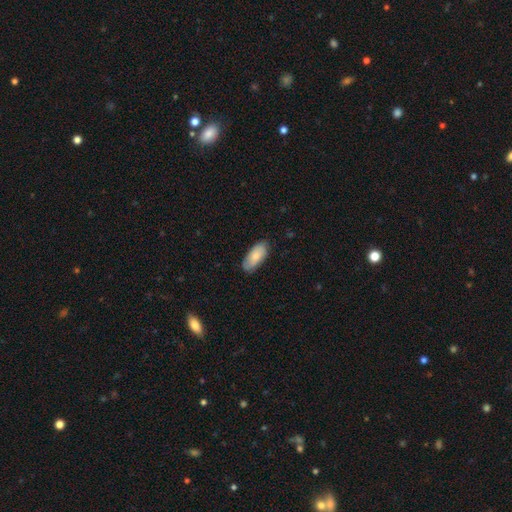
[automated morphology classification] smooth_or_featured: smooth (p=0.77) [alt: featured or disk p=0.17]
how_rounded: in between (p=0.90) [alt: cigar-shaped p=0.08]
merging: none (p=0.80) [alt: minor disturbance p=0.16]